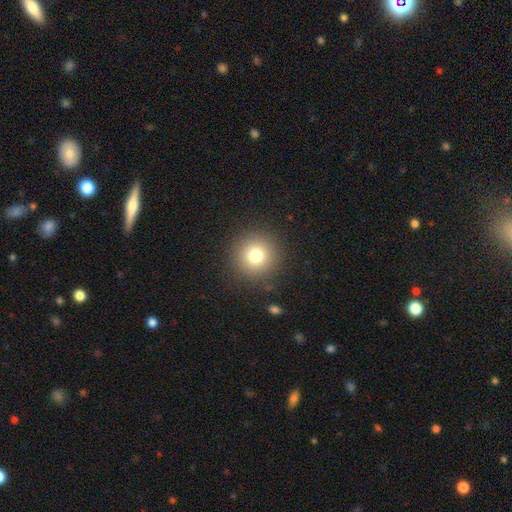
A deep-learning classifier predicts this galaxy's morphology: A smooth galaxy with no disk features (78%) that is round (95%).

Vote fractions:
- Smooth or featured? smooth: 78% / star or artifact: 13% / featured or disk: 9%
- How rounded? round: 95% / in between: 4% / cigar-shaped: 1%
- Merging? none: 90% / minor disturbance: 6% / major disturbance: 3% / merger: 1%